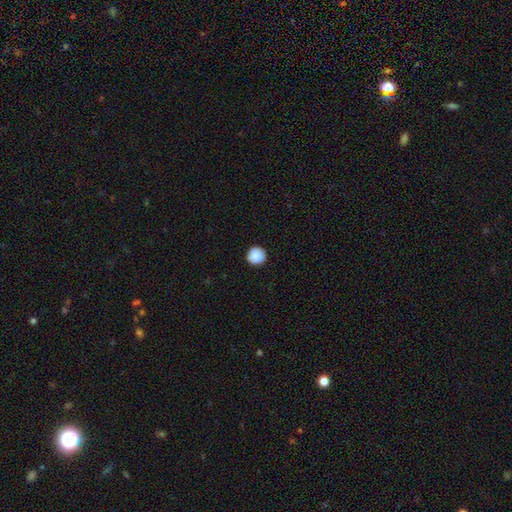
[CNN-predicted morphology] Q: Smooth or featured?
A: smooth (89%); runner-up: star or artifact (8%)
Q: How rounded?
A: round (95%); runner-up: in between (4%)
Q: Merging?
A: none (91%); runner-up: minor disturbance (7%)